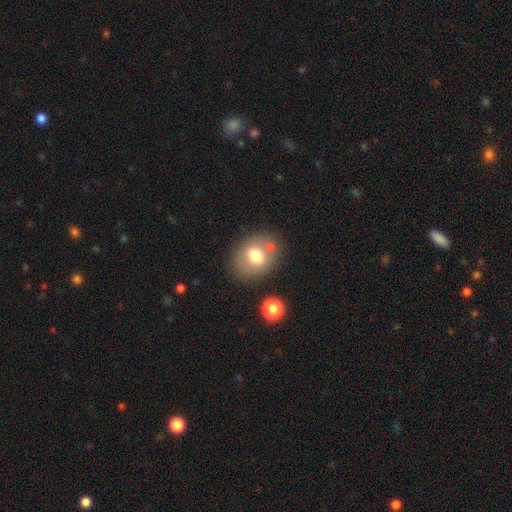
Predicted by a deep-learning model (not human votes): A smooth galaxy with no disk features (71%) that is round (51%).

Vote fractions:
- Smooth or featured? smooth: 71% / featured or disk: 18% / star or artifact: 10%
- How rounded? round: 51% / in between: 48% / cigar-shaped: 1%
- Merging? none: 71% / minor disturbance: 14% / merger: 10% / major disturbance: 5%